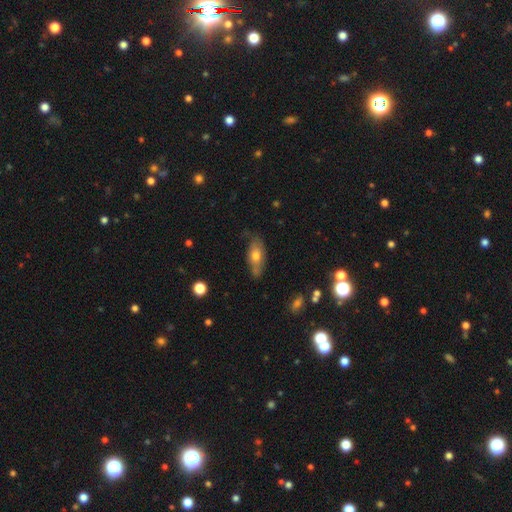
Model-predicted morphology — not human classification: This appears to be a smooth galaxy with no disk features (61%) that is in between round and cigar-shaped (80%). Merging: none (57%).